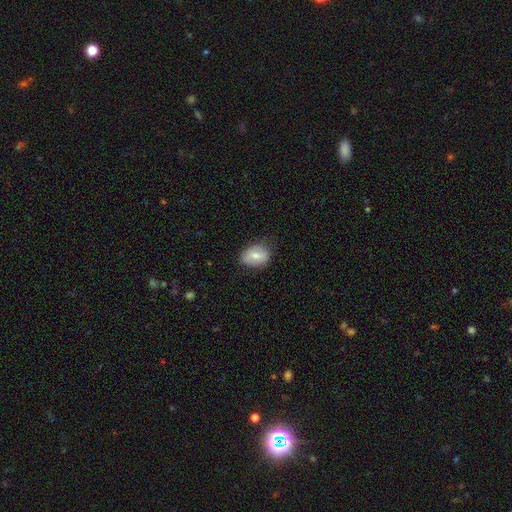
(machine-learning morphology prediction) Overall: smooth (72%). How rounded: in between (68%; round 31%). Merging: none (78%).